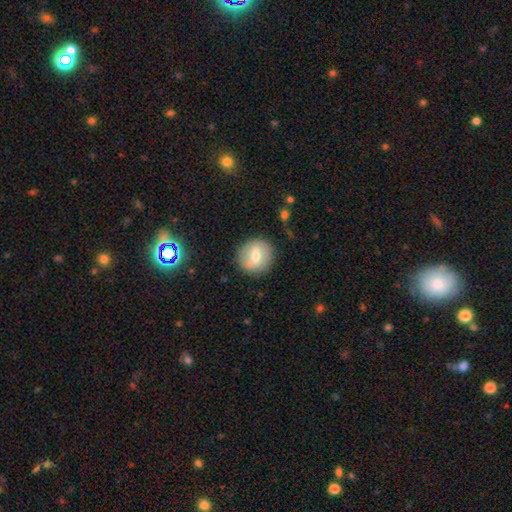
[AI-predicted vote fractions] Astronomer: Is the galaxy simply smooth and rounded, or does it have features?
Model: smooth — 58% (runner-up: featured or disk, 34%).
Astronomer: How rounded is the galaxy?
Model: round — 90%.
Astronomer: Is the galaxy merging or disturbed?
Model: none — 86%.